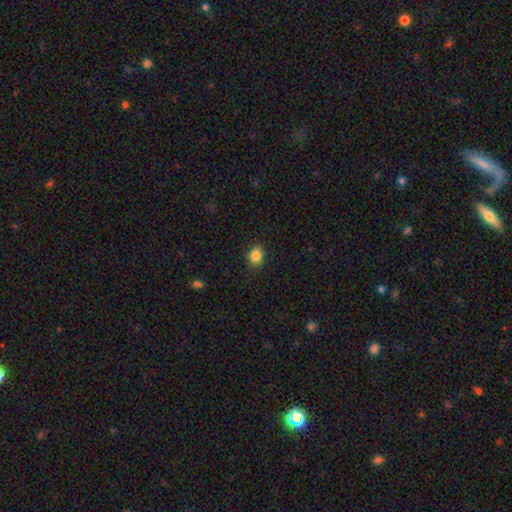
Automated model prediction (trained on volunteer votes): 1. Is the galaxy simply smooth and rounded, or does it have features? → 85% smooth, 10% star or artifact, 5% featured or disk.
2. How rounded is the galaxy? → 56% in between, 43% round, 1% cigar-shaped.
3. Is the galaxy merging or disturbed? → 88% none, 8% minor disturbance, 2% major disturbance, 1% merger.